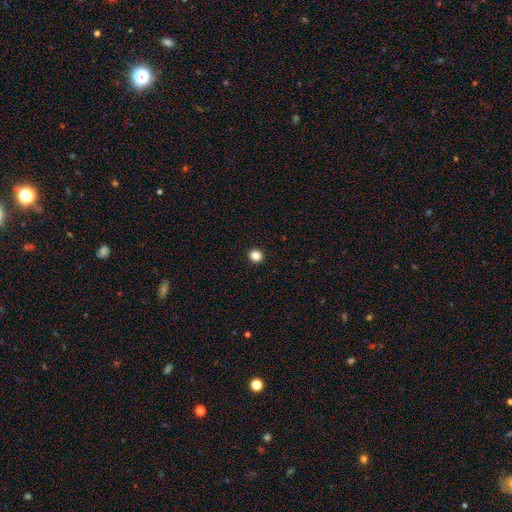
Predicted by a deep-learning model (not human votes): A smooth galaxy with no disk features (85%) that is round (89%). Merging: none (94%).